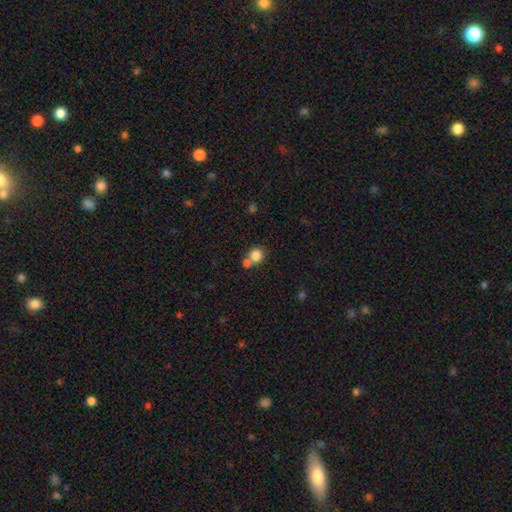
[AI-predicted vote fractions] This appears to be a smooth galaxy with no disk features (83%) that is round (86%). Merging: none (54%).